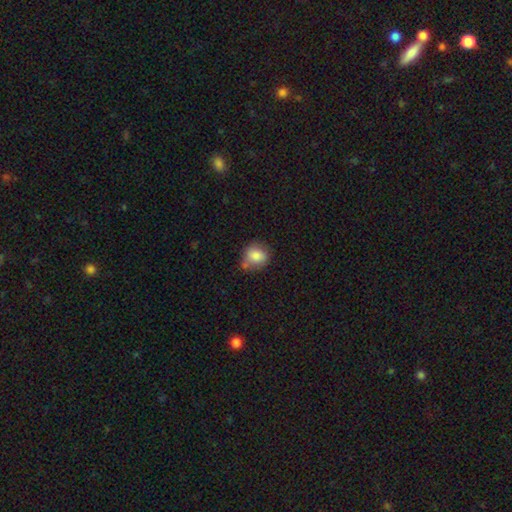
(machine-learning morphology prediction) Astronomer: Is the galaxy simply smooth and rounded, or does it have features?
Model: smooth — 80%.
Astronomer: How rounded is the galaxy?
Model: round — 70%.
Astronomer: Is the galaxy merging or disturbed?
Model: none — 58%.